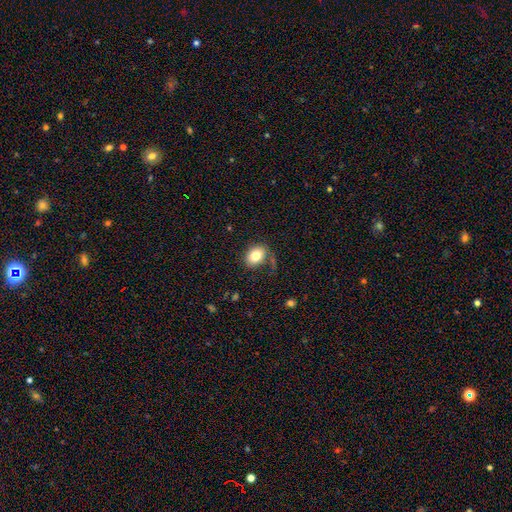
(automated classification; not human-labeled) smooth_or_featured: smooth (p=0.80) [alt: featured or disk p=0.12]
how_rounded: in between (p=0.74) [alt: round p=0.25]
merging: none (p=0.75) [alt: minor disturbance p=0.14]